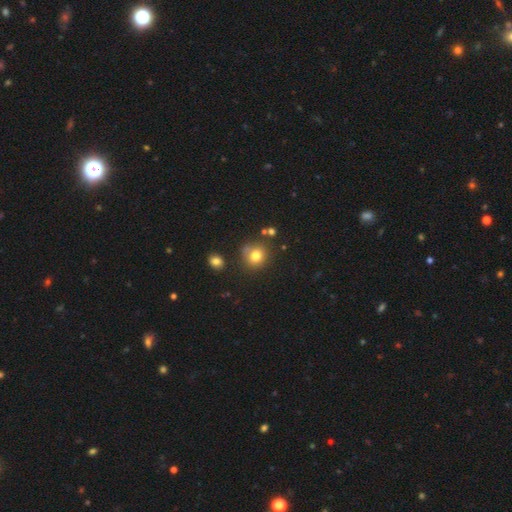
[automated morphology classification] Overall: smooth (78%). How rounded: round (86%). Merging: none (73%).